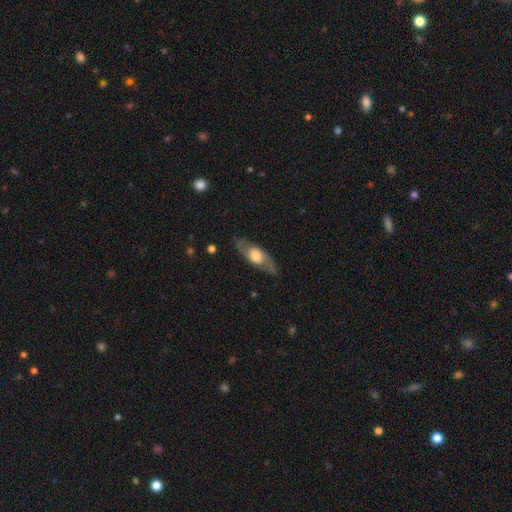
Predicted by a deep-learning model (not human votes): Morphology: type=featured or disk (60%); edge-on=no (63%); merging=none (81%).